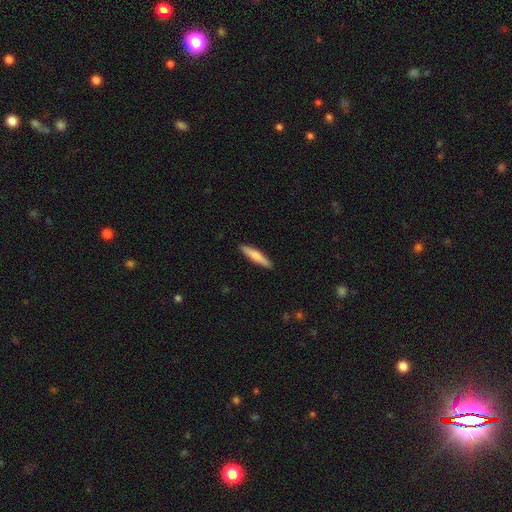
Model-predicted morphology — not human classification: Smooth or featured: smooth — 63% (featured or disk — 32%)
How rounded: cigar-shaped — 89% (in between — 10%)
Merging: none — 91% (minor disturbance — 6%)